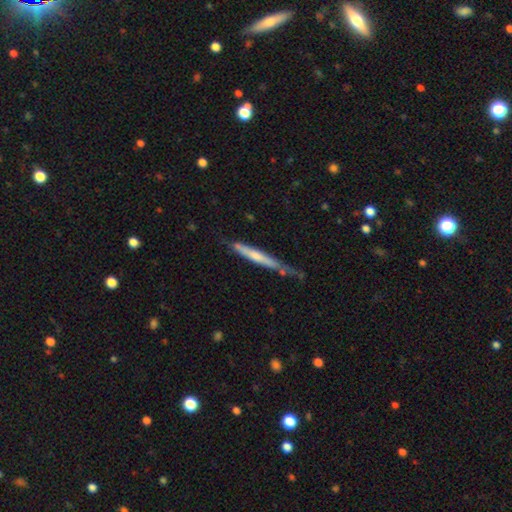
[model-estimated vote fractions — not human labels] Smooth or featured? Predicted: featured or disk (p=0.50). Edge-on disk? Predicted: yes (p=0.93). Merging? Predicted: none (p=0.61).